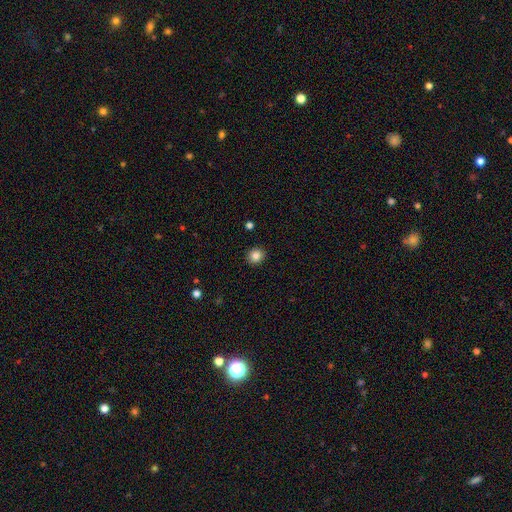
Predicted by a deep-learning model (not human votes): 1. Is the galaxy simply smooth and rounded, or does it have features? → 85% smooth, 10% star or artifact, 5% featured or disk.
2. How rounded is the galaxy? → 85% round, 14% in between, 1% cigar-shaped.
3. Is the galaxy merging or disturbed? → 92% none, 6% minor disturbance, 2% major disturbance, 1% merger.